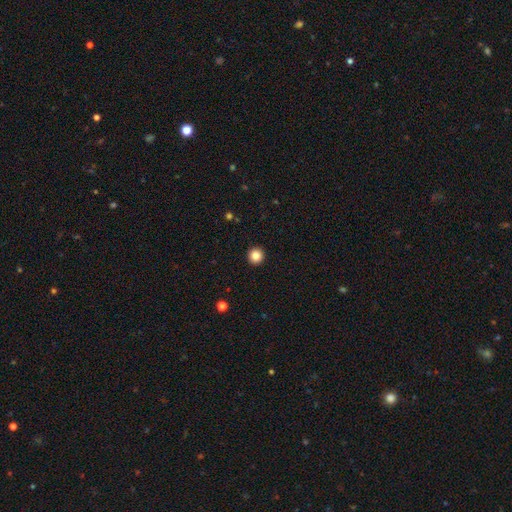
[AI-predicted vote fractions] This is clearly a smooth galaxy (84%). How rounded: clearly round (95%). Merging: clearly none (94%).